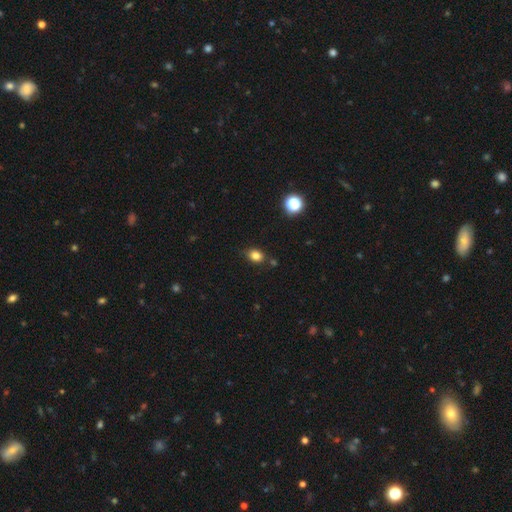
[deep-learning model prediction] A smooth galaxy with no disk features (82%) that is in between round and cigar-shaped (62%).

Vote fractions:
- Smooth or featured? smooth: 82% / star or artifact: 12% / featured or disk: 6%
- How rounded? in between: 62% / round: 37% / cigar-shaped: 1%
- Merging? none: 79% / minor disturbance: 14% / merger: 4% / major disturbance: 3%